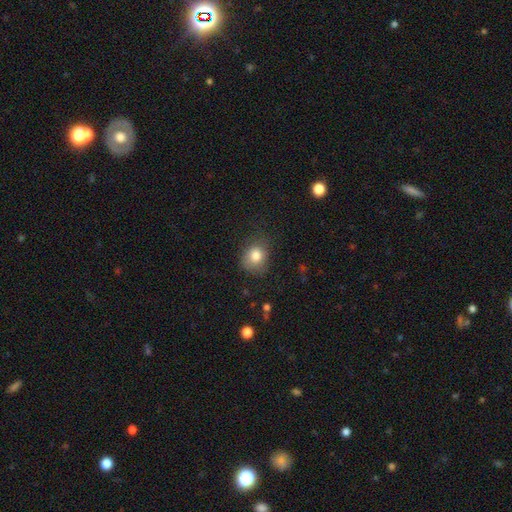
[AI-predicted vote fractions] smooth 80%, star or artifact 11%, featured or disk 9%. Down the decision tree: how rounded — round (69%); merging — none (66%).